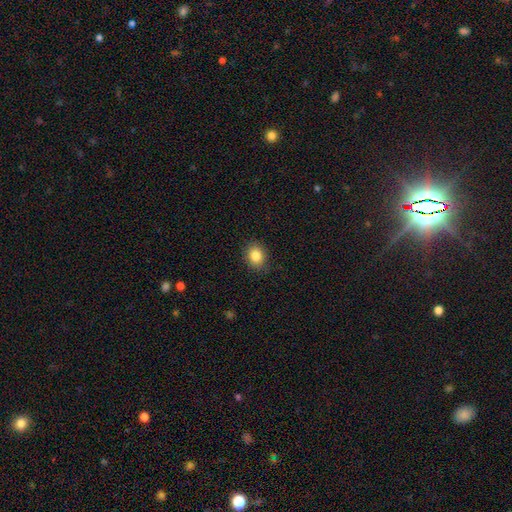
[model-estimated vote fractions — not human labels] This appears to be a smooth galaxy with no disk features (84%) that is round (60%). Merging: none (89%).